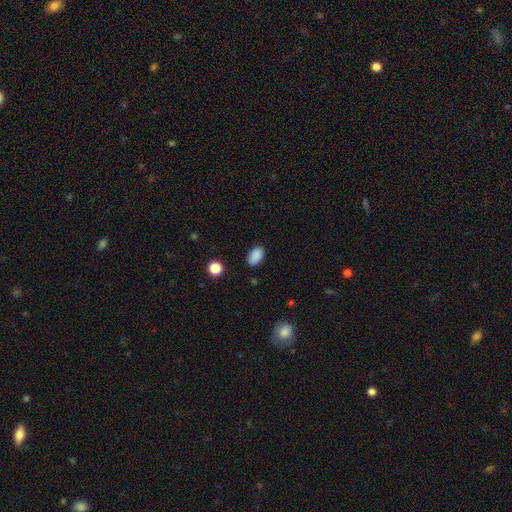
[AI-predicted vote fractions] This is clearly a smooth galaxy (88%). How rounded: clearly in between (90%). Merging: clearly none (84%).